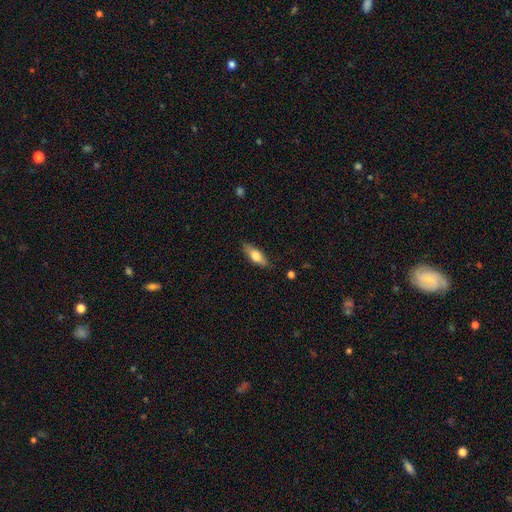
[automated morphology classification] Overall: smooth (68%). How rounded: in between (66%; cigar-shaped 32%). Merging: none (84%).